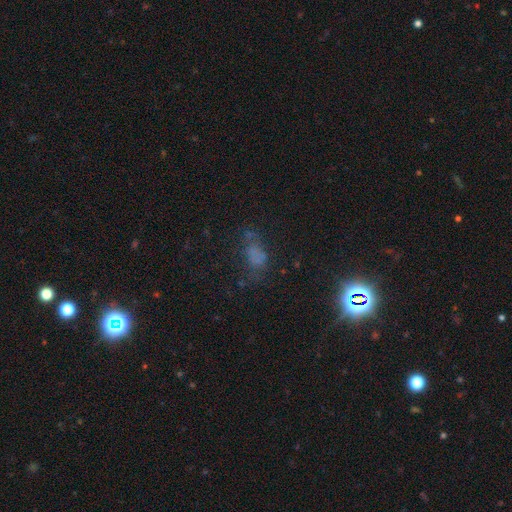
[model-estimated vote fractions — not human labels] Smooth or featured?
  - smooth: 47% *
  - star or artifact: 32%
  - featured or disk: 21%
Merging?
  - none: 46% *
  - major disturbance: 24%
  - minor disturbance: 23%
  - merger: 7%